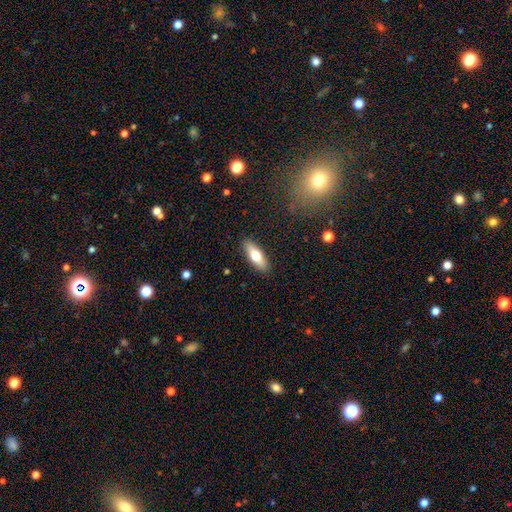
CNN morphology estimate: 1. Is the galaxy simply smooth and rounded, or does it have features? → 66% smooth, 28% featured or disk, 6% star or artifact.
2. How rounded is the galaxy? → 56% in between, 41% cigar-shaped, 2% round.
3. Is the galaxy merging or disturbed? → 89% none, 8% minor disturbance, 2% major disturbance, 1% merger.